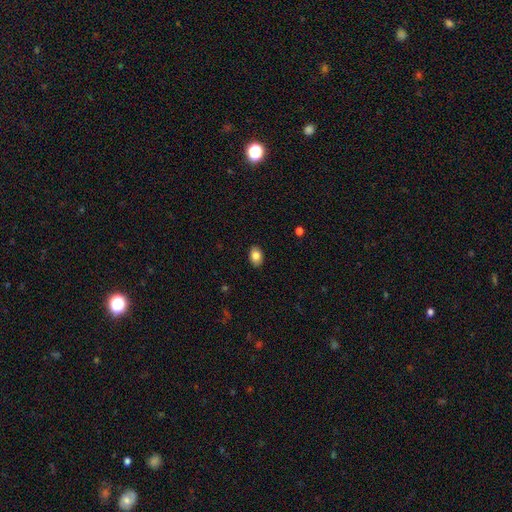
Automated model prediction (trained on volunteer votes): A smooth galaxy with no disk features (84%) that is in between round and cigar-shaped (83%). Merging: none (88%).